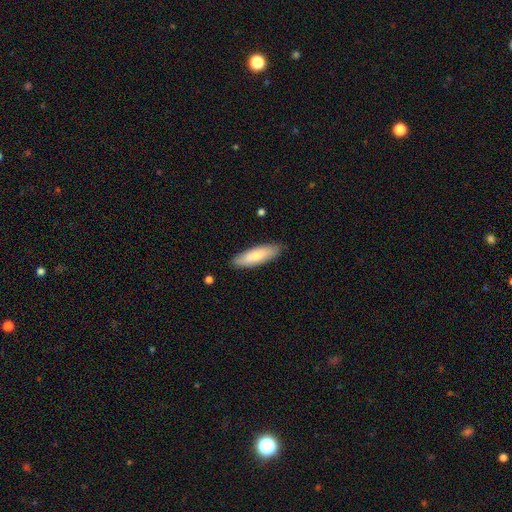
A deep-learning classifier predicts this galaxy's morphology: Smooth or featured?
  - smooth: 77% *
  - featured or disk: 18%
  - star or artifact: 5%
How rounded?
  - in between: 50% *
  - cigar-shaped: 48%
  - round: 2%
Merging?
  - none: 86% *
  - minor disturbance: 11%
  - major disturbance: 2%
  - merger: 1%